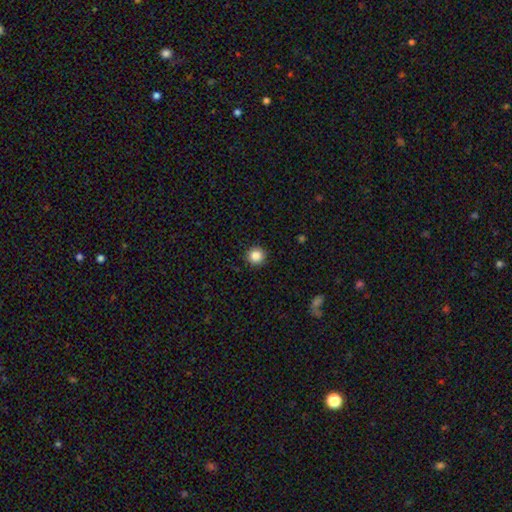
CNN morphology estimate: This is clearly a smooth galaxy (86%). How rounded: clearly round (94%). Merging: clearly none (91%).